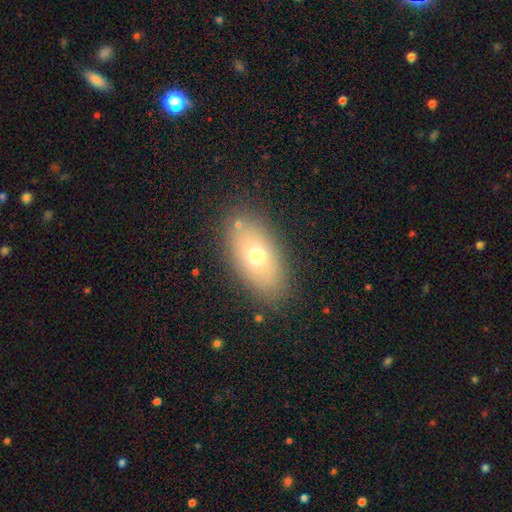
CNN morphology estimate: The model was most divided on "smooth or featured": smooth: 67%, featured or disk: 21%, star or artifact: 12%. More confident: how rounded — in between (88%); merging — none (83%).